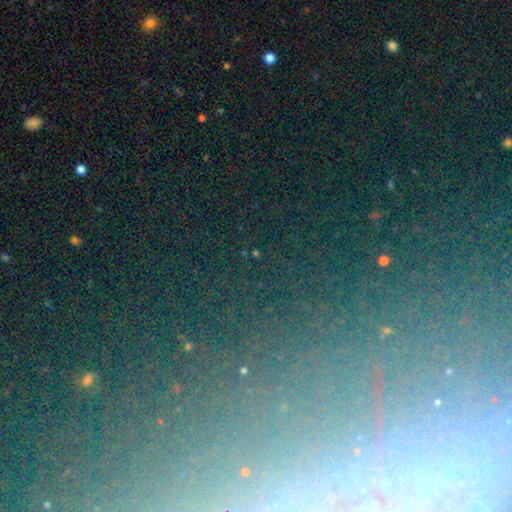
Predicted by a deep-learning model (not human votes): smooth-or-featured: star or artifact: 68% | smooth: 17% | featured or disk: 15%